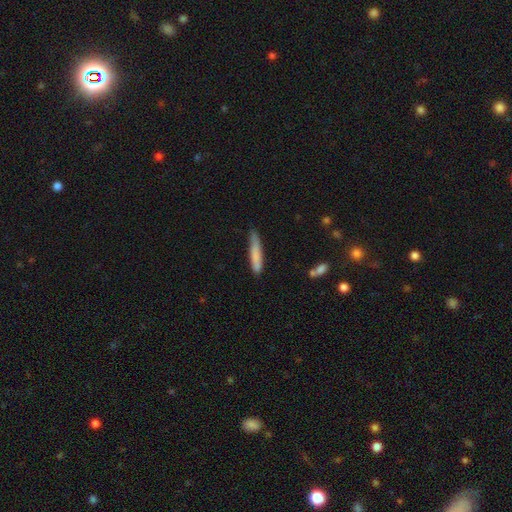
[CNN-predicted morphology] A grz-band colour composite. It shows a smooth galaxy with no disk features (78%) that is cigar-shaped (91%). Merging: none (70%).